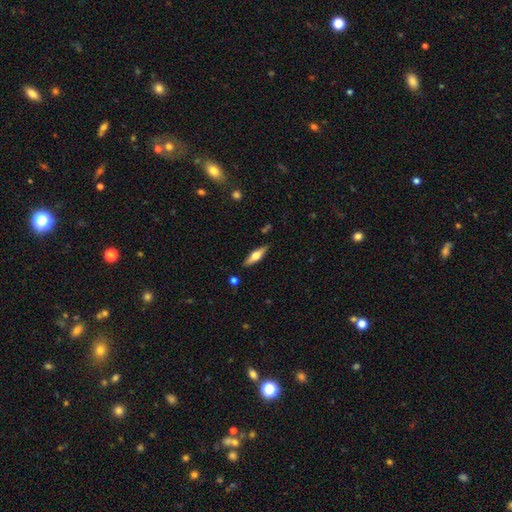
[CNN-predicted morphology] This is possibly a featured or disk galaxy (53%). It is clearly viewed edge-on (93%). Merging: clearly none (86%).